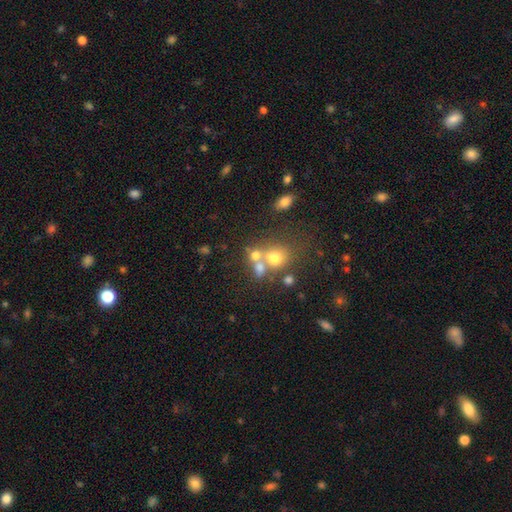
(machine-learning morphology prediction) This appears to be a smooth galaxy with no disk features (63%) that is round (63%). Merging: merger (50%).